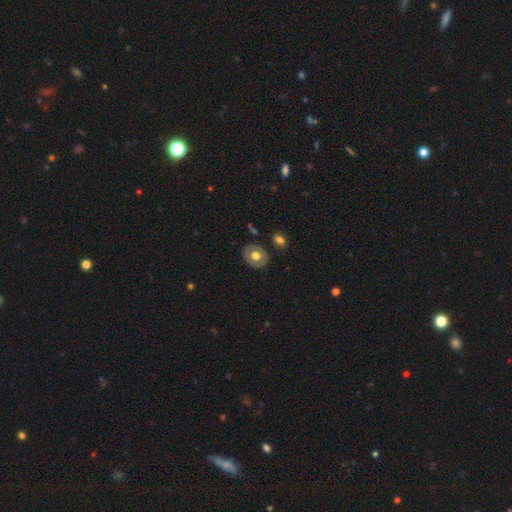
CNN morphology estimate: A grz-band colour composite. It shows a smooth galaxy with no disk features (62%) that is round (52%). Merging: none (85%).